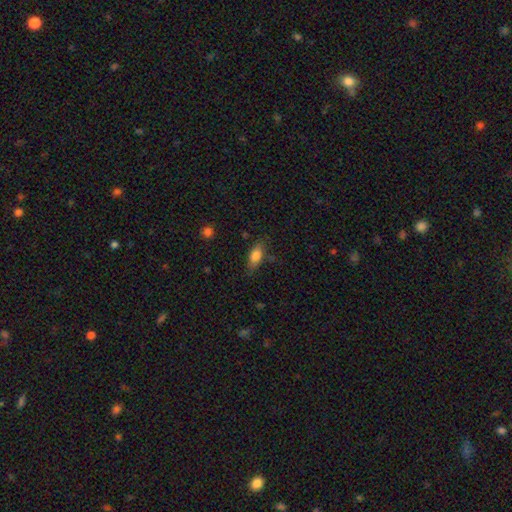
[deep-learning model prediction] Smooth or featured: smooth — 77% (featured or disk — 15%)
How rounded: in between — 79% (cigar-shaped — 17%)
Merging: none — 76% (minor disturbance — 18%)